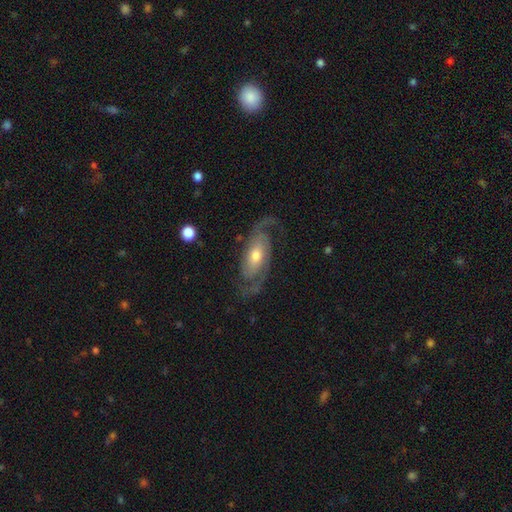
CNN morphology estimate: The model was most divided on "spiral winding": medium: 49%, tight: 31%, loose: 20%. More confident: spiral arms — yes (98%); edge-on disk — no (95%); spiral arm count — 2 (90%); smooth or featured — featured or disk (90%); merging — none (78%); bulge size — moderate (62%); bar — no (59%).